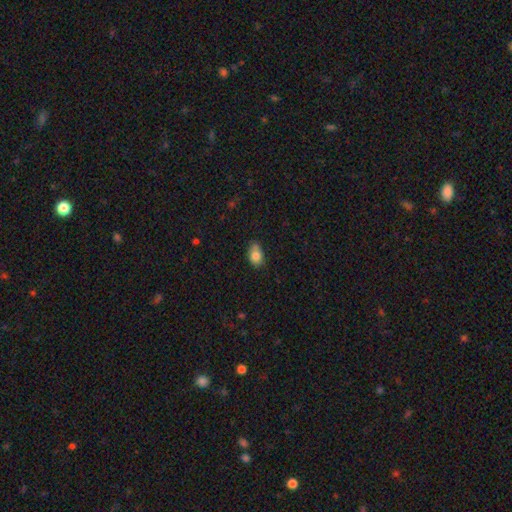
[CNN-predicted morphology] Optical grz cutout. It shows a smooth galaxy with no disk features (82%) that is in between round and cigar-shaped (86%). Merging: none (68%).